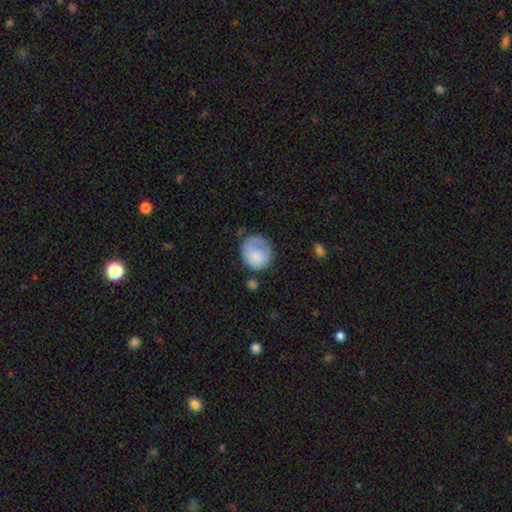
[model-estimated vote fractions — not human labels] Smooth or featured? Predicted: smooth (p=0.73). How rounded? Predicted: round (p=0.78). Merging? Predicted: none (p=0.44).